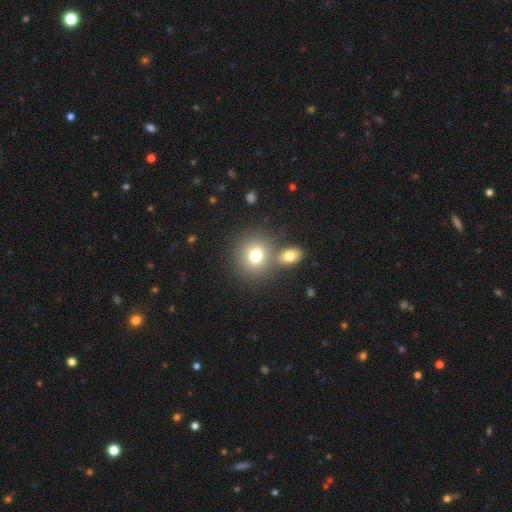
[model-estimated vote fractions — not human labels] smooth_or_featured: smooth (p=0.75) [alt: featured or disk p=0.13]
how_rounded: round (p=0.78) [alt: in between p=0.21]
merging: none (p=0.62) [alt: merger p=0.26]